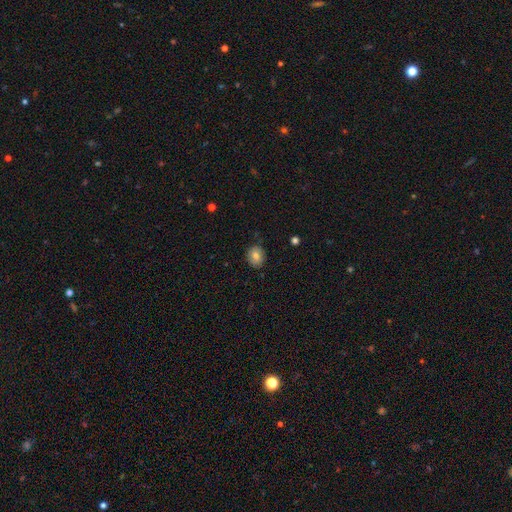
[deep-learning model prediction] smooth_or_featured: smooth (p=0.78) [alt: featured or disk p=0.12]
how_rounded: round (p=0.65) [alt: in between p=0.34]
merging: none (p=0.83) [alt: minor disturbance p=0.13]